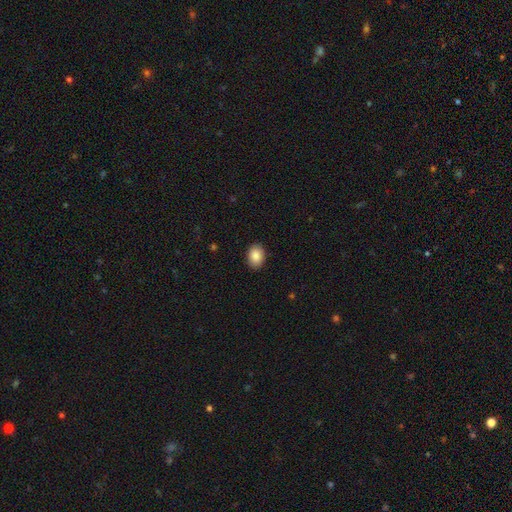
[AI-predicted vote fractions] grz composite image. It shows a smooth galaxy with no disk features (88%) that is in between round and cigar-shaped (76%). Merging: none (90%).